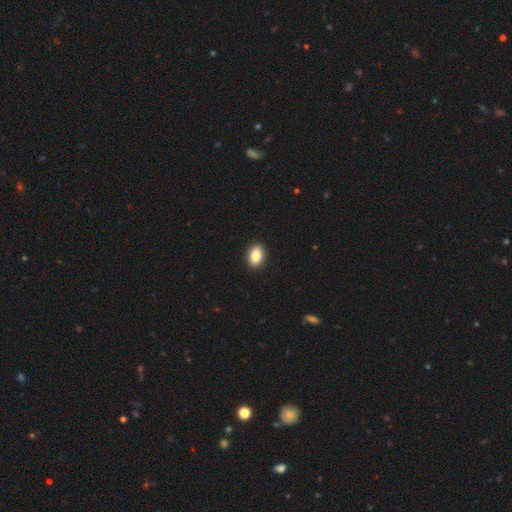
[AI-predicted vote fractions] smooth-or-featured: smooth: 87% | star or artifact: 8% | featured or disk: 5%
  how-rounded: in between: 87% | round: 11% | cigar-shaped: 2%
  merging: none: 91% | minor disturbance: 6% | major disturbance: 2% | merger: 1%